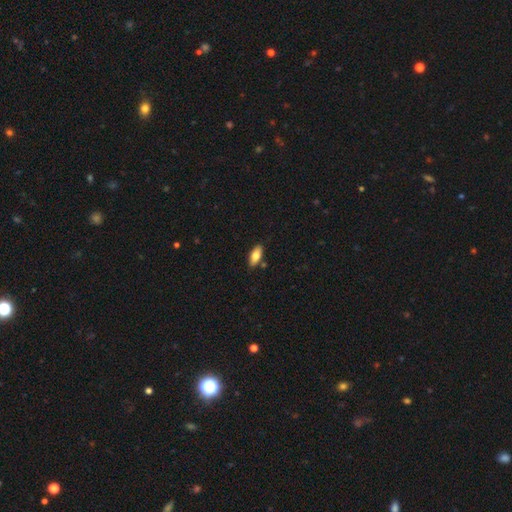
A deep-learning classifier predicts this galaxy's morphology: The model was most divided on "smooth or featured": smooth: 76%, featured or disk: 18%, star or artifact: 7%. More confident: how rounded — in between (84%); merging — none (83%).